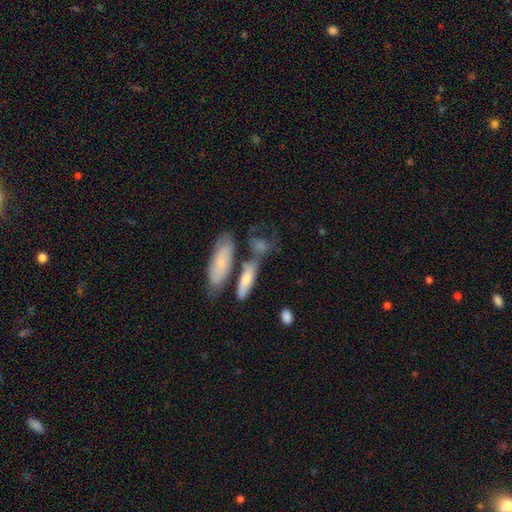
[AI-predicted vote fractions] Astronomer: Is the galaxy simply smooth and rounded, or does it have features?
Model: smooth — 47% (runner-up: featured or disk, 35%).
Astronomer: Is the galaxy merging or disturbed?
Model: none — 54%.